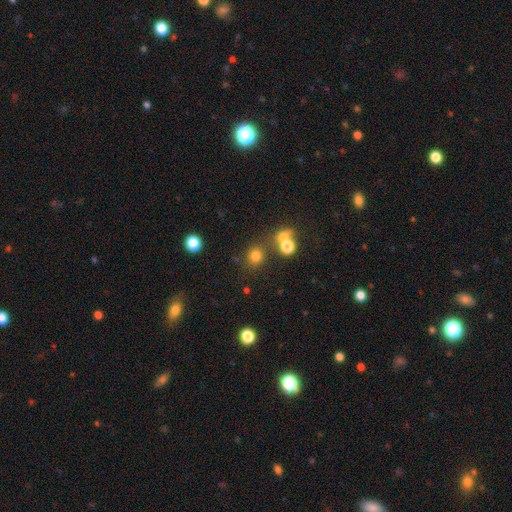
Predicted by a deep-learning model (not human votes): Overall: smooth (73%). How rounded: round (83%). Merging: none (72%).